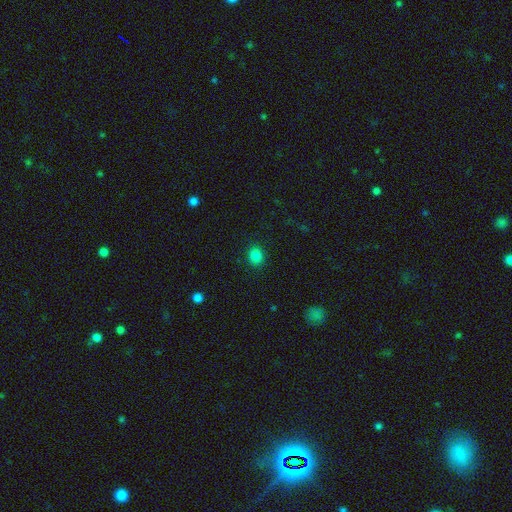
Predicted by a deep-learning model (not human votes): smooth-or-featured: smooth: 84% | star or artifact: 13% | featured or disk: 3%
  how-rounded: round: 63% | in between: 36% | cigar-shaped: 1%
  merging: none: 90% | minor disturbance: 7% | major disturbance: 2% | merger: 1%